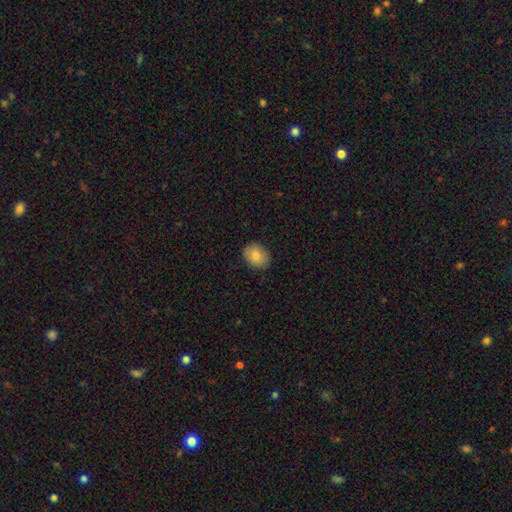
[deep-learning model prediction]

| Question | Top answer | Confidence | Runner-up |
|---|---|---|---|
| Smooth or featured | smooth | 84% | star or artifact (8%) |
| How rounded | in between | 50% | round (49%) |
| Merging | none | 88% | minor disturbance (9%) |